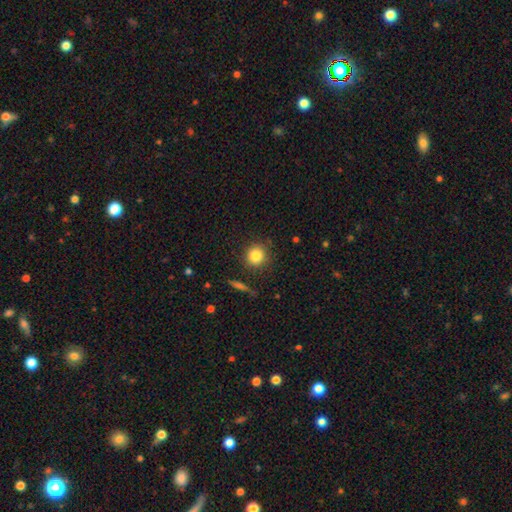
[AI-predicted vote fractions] smooth-or-featured: smooth: 84% | star or artifact: 10% | featured or disk: 6%
  how-rounded: round: 90% | in between: 8% | cigar-shaped: 1%
  merging: none: 87% | minor disturbance: 8% | major disturbance: 3% | merger: 2%